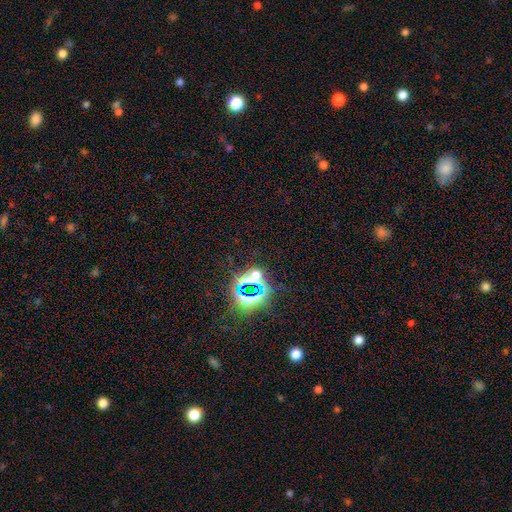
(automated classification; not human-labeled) Smooth or featured: star or artifact — 72% (smooth — 17%)